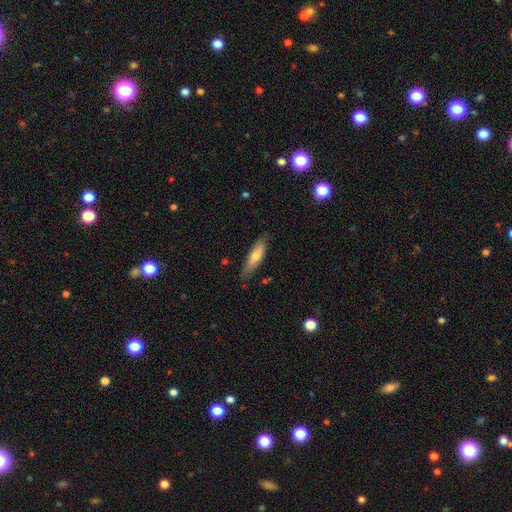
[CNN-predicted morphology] Smooth or featured?
  - smooth: 65% *
  - featured or disk: 29%
  - star or artifact: 6%
How rounded?
  - cigar-shaped: 61% *
  - in between: 37%
  - round: 2%
Merging?
  - none: 77% *
  - minor disturbance: 18%
  - major disturbance: 3%
  - merger: 2%